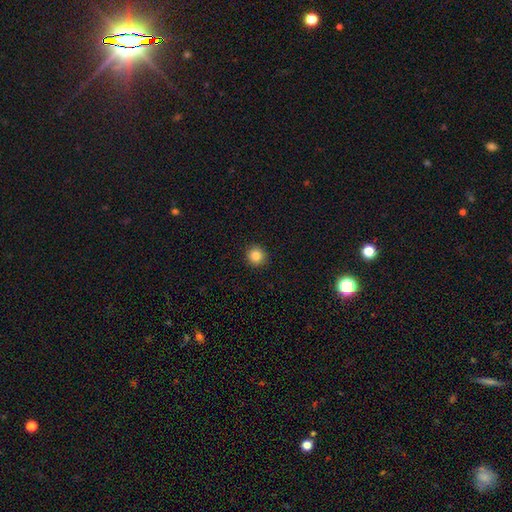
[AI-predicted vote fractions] A smooth galaxy with no disk features (84%) that is round (93%). Merging: none (92%).